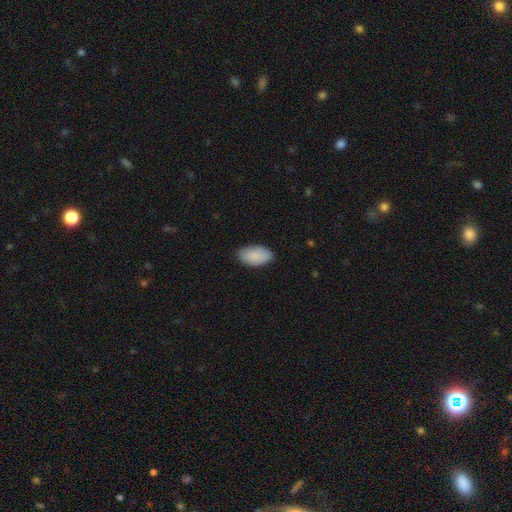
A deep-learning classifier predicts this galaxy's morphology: Smooth or featured? Predicted: smooth (p=0.89). How rounded? Predicted: in between (p=0.95). Merging? Predicted: none (p=0.81).